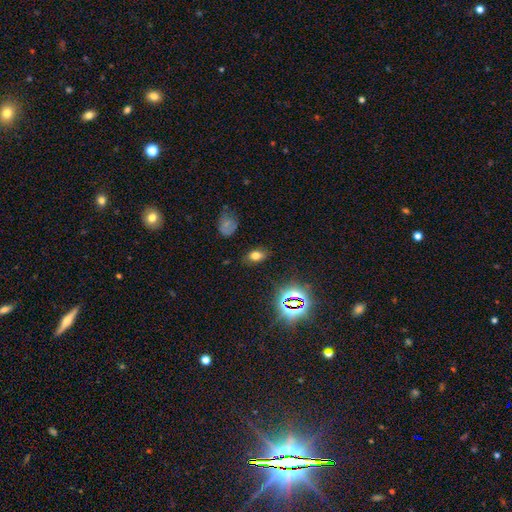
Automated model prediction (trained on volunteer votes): smooth 65%, star or artifact 24%, featured or disk 11%. Down the decision tree: how rounded — in between (85%); merging — none (82%).